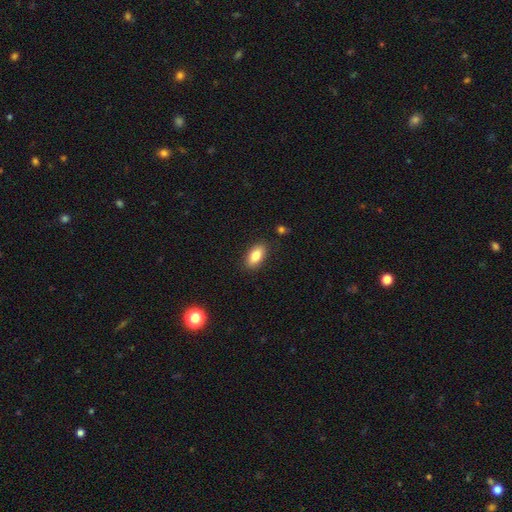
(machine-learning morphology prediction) This appears to be a smooth galaxy with no disk features (83%) that is in between round and cigar-shaped (89%). Merging: none (87%).